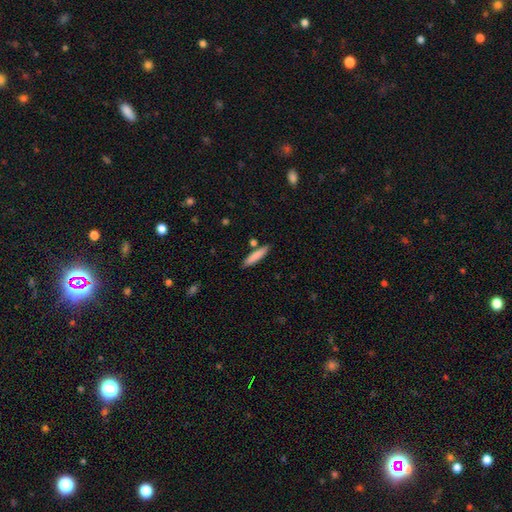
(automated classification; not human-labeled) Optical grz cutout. It shows a smooth galaxy with no disk features (82%) that is cigar-shaped (87%). Merging: none (84%).